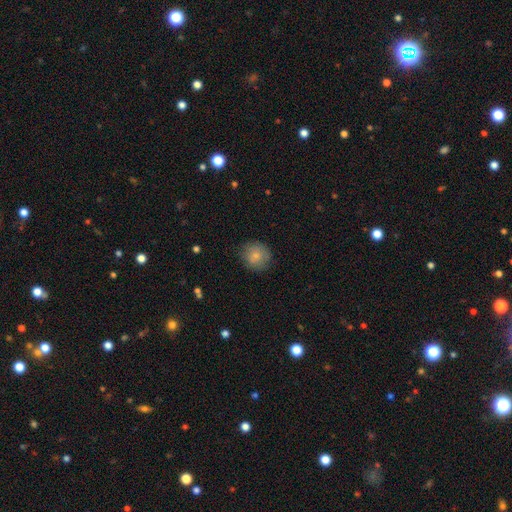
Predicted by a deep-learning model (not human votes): Morphology: type=smooth (80%); roundness=round (89%); merging=none (79%).